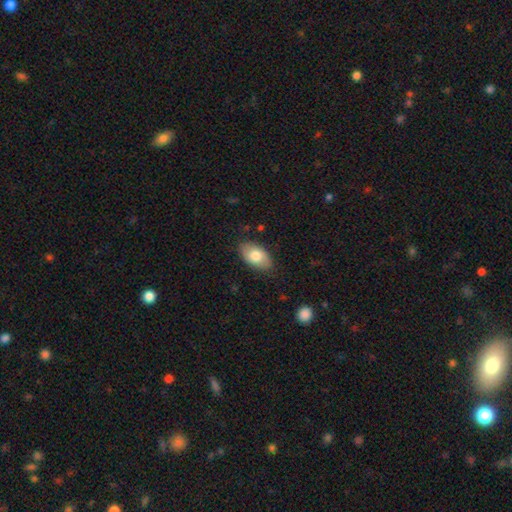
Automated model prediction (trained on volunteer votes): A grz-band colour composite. It shows a smooth galaxy with no disk features (76%) that is in between round and cigar-shaped (93%). Merging: none (81%).